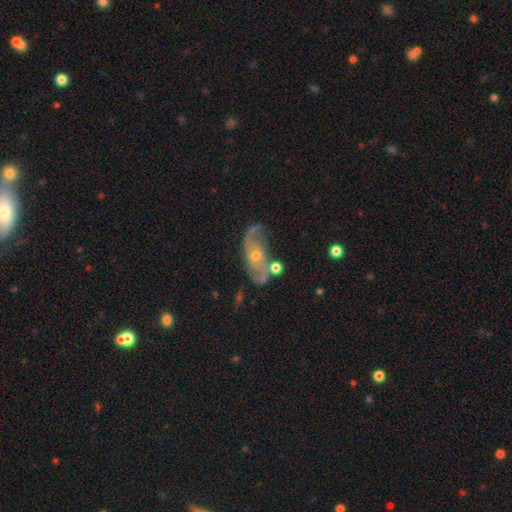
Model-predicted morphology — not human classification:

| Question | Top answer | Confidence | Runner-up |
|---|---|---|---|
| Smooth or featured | featured or disk | 84% | smooth (9%) |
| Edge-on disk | no | 94% | yes (6%) |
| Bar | no | 67% | weak (26%) |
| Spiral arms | yes | 92% | no (8%) |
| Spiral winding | medium | 44% | tight (29%) |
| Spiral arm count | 2 | 69% | can't tell (14%) |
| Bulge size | small | 53% | moderate (43%) |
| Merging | none | 59% | minor disturbance (21%) |